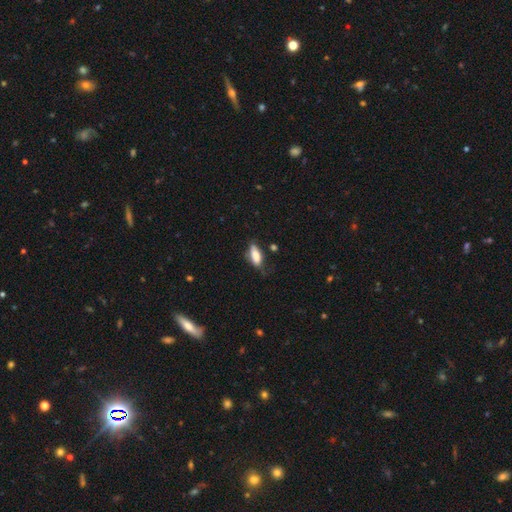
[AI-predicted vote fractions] The model was most divided on "merging": none: 50%, minor disturbance: 35%, major disturbance: 12%, merger: 3%. More confident: smooth or featured — smooth (80%); how rounded — in between (77%).